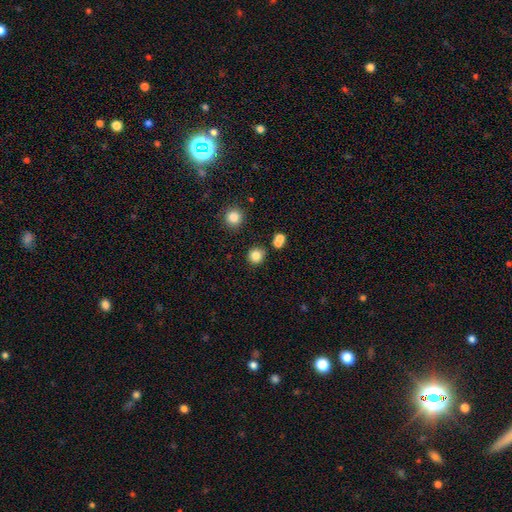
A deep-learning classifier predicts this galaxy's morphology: smooth_or_featured: smooth (p=0.82) [alt: star or artifact p=0.13]
how_rounded: round (p=0.90) [alt: in between p=0.09]
merging: none (p=0.82) [alt: minor disturbance p=0.08]